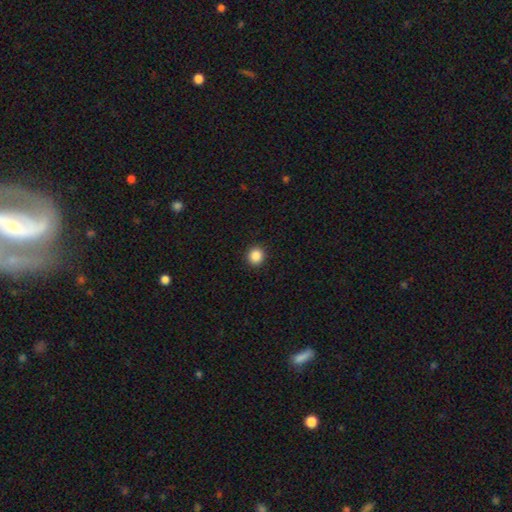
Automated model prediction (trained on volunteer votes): Smooth or featured? Predicted: smooth (p=0.87). How rounded? Predicted: round (p=0.90). Merging? Predicted: none (p=0.92).